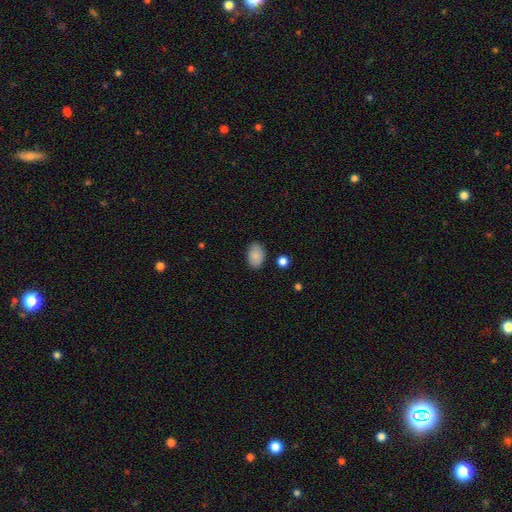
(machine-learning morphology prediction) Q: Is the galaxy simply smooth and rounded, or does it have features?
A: smooth — 88%.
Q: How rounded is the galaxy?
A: in between — 86%.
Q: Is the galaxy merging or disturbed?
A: none — 85%.